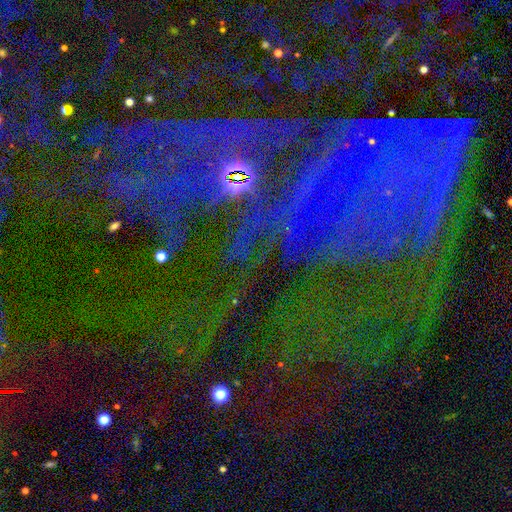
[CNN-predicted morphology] star or artifact 77%, featured or disk 14%, smooth 9%.